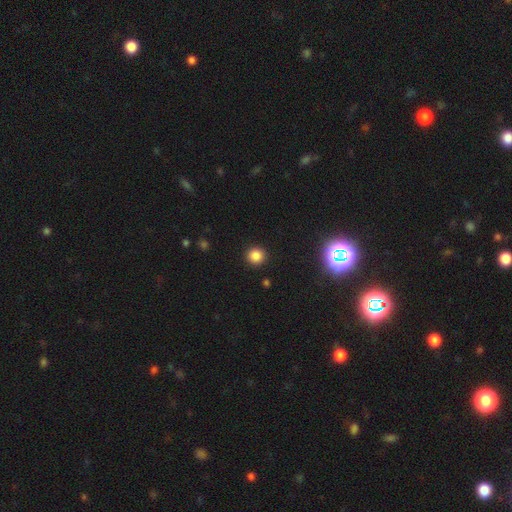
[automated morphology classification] This is clearly a smooth galaxy (83%). How rounded: clearly round (93%). Merging: clearly none (92%).